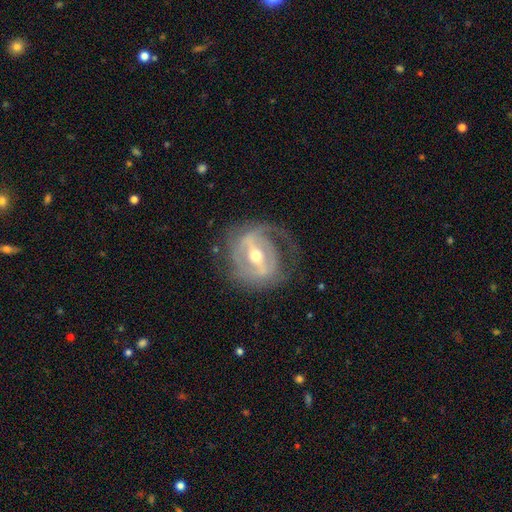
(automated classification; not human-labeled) Smooth or featured? featured or disk (85%)
Edge-on disk? no (94%)
Bar? strong (62%)
Spiral arms? yes (79%)
Spiral winding? tight (46%)
Spiral arm count? 2 (54%)
Bulge size? moderate (68%)
Merging? none (66%)